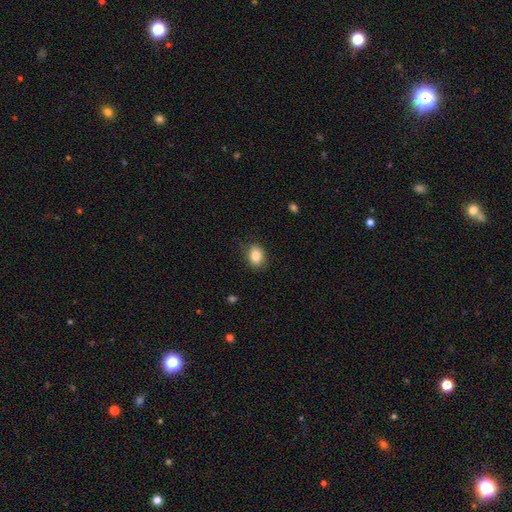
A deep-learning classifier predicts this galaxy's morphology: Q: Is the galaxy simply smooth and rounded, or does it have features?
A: smooth — 85%.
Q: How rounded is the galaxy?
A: in between — 68%.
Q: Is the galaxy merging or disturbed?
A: none — 80%.